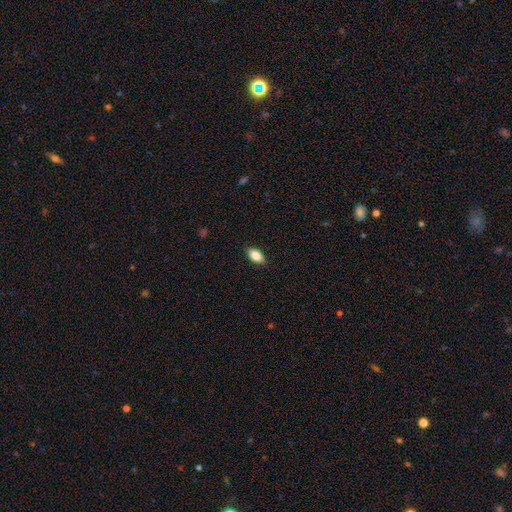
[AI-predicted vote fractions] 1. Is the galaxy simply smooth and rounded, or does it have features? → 85% smooth, 8% featured or disk, 7% star or artifact.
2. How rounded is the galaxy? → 91% in between, 5% cigar-shaped, 4% round.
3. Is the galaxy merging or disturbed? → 89% none, 8% minor disturbance, 2% major disturbance, 1% merger.